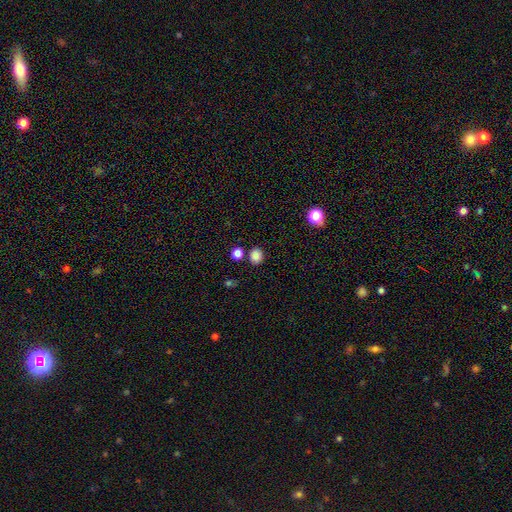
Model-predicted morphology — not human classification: Overall: smooth (84%). How rounded: round (70%). Merging: none (81%).